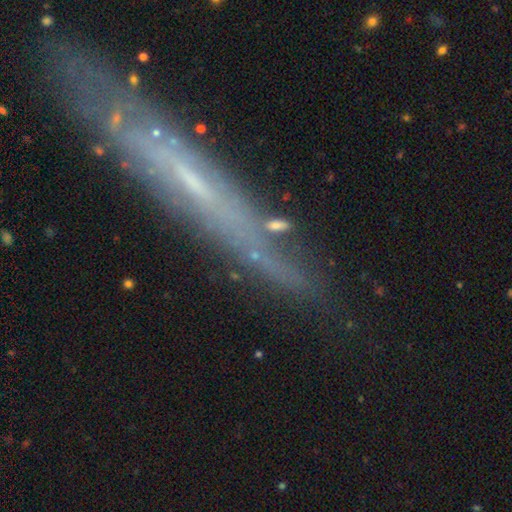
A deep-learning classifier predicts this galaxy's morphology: featured or disk 58%, smooth 29%, star or artifact 13%. Down the decision tree: edge-on disk — yes (75%); merging — none (74%).